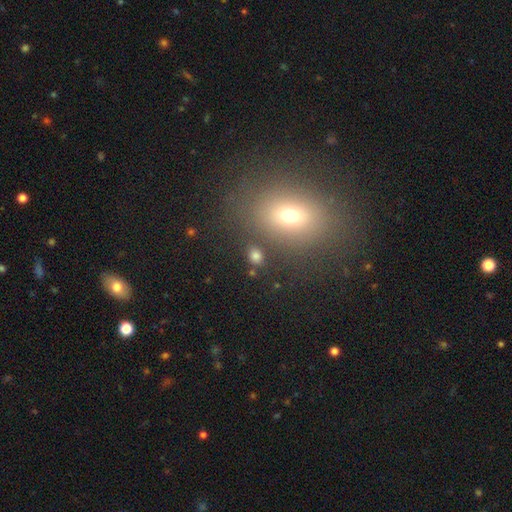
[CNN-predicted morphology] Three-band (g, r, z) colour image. It shows a smooth galaxy with no disk features (77%) that is in between round and cigar-shaped (59%). Merging: none (80%).